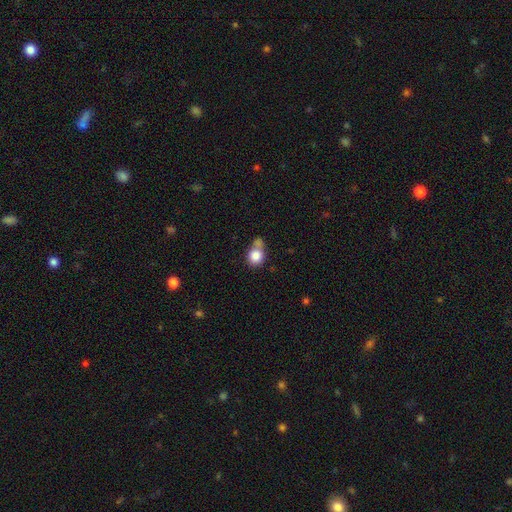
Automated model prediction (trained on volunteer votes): A smooth galaxy with no disk features (83%) that is round (77%). Merging: none (40%).